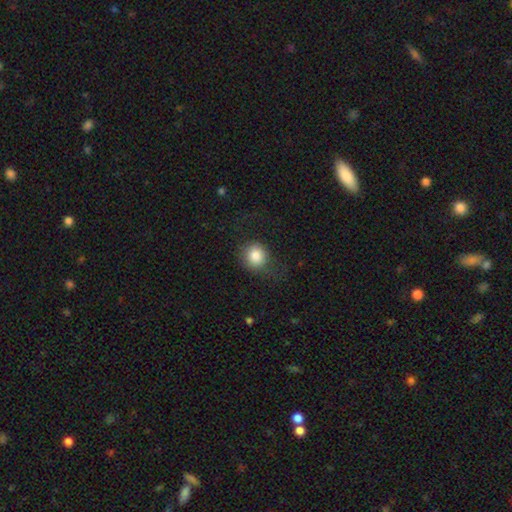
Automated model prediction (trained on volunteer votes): Smooth or featured: smooth — 83% (star or artifact — 9%)
How rounded: round — 83% (in between — 16%)
Merging: none — 69% (minor disturbance — 18%)